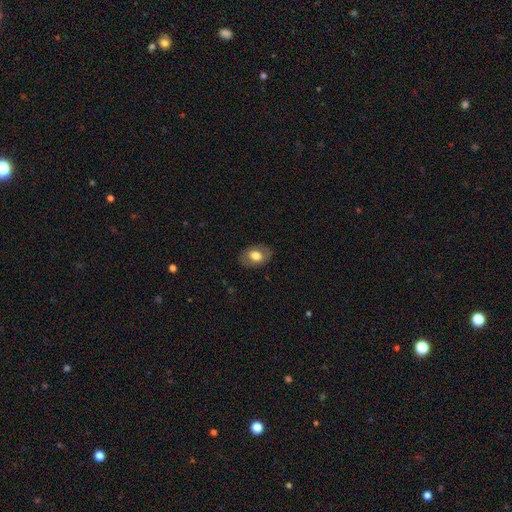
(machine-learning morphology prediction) Smooth or featured? smooth (62%)
How rounded? in between (80%)
Merging? none (81%)